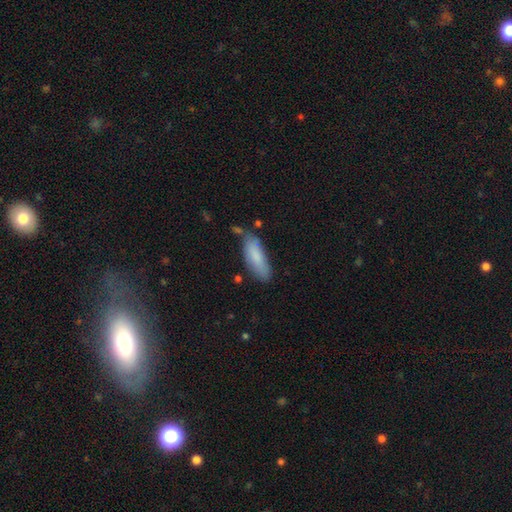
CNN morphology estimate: Q: Smooth or featured?
A: smooth (83%); runner-up: featured or disk (11%)
Q: How rounded?
A: in between (58%); runner-up: cigar-shaped (40%)
Q: Merging?
A: none (64%); runner-up: minor disturbance (24%)